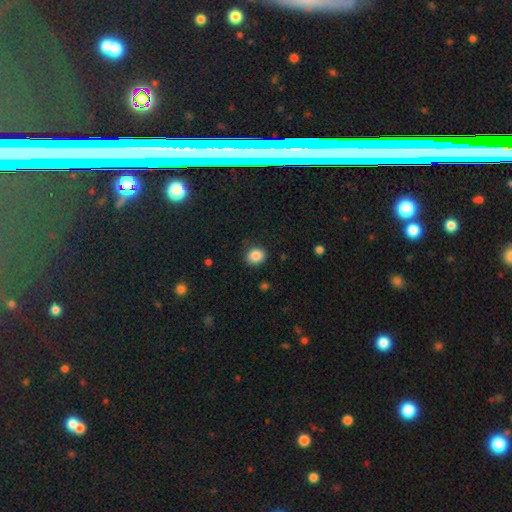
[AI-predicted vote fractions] Smooth or featured? smooth (86%)
How rounded? round (63%)
Merging? none (84%)